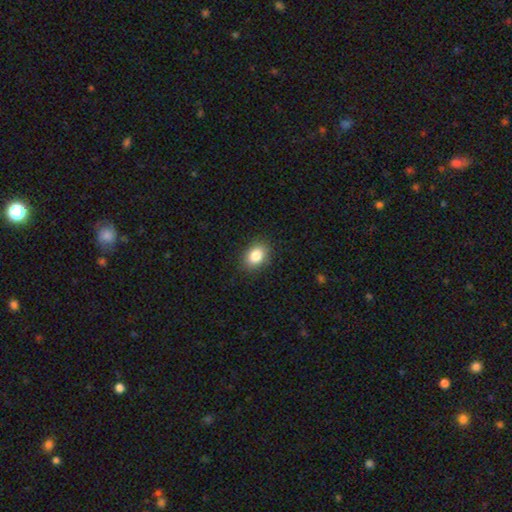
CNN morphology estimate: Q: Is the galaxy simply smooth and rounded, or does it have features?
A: smooth — 85%.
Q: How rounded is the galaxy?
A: in between — 73%.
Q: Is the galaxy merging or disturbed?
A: none — 87%.